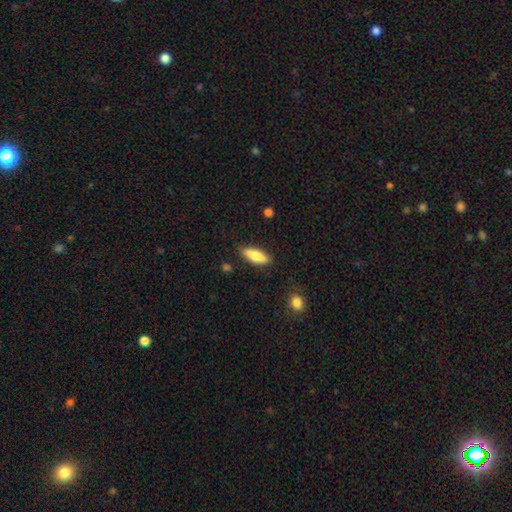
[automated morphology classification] type=smooth (78%); roundness=in between (58%); merging=none (84%).